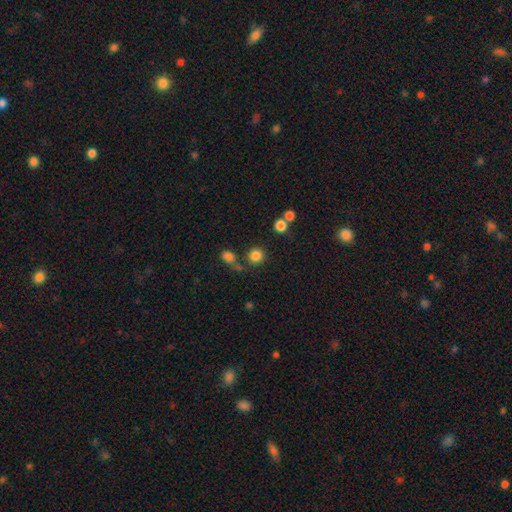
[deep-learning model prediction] The model was most divided on "merging": none: 74%, merger: 13%, minor disturbance: 9%, major disturbance: 4%. More confident: how rounded — round (90%); smooth or featured — smooth (81%).